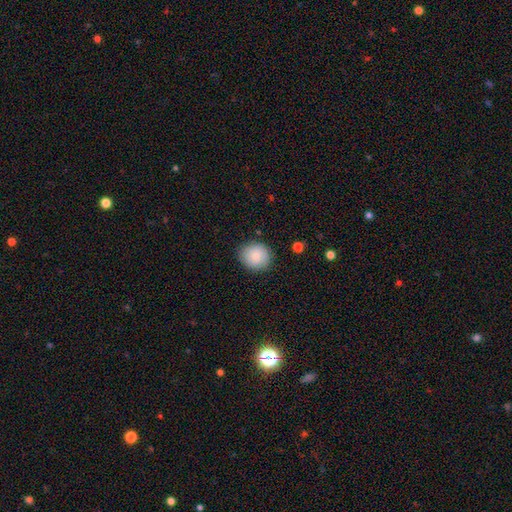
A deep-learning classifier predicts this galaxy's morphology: Smooth or featured?
  - smooth: 84% *
  - featured or disk: 9%
  - star or artifact: 8%
How rounded?
  - round: 81% *
  - in between: 18%
  - cigar-shaped: 1%
Merging?
  - none: 84% *
  - minor disturbance: 12%
  - major disturbance: 3%
  - merger: 1%